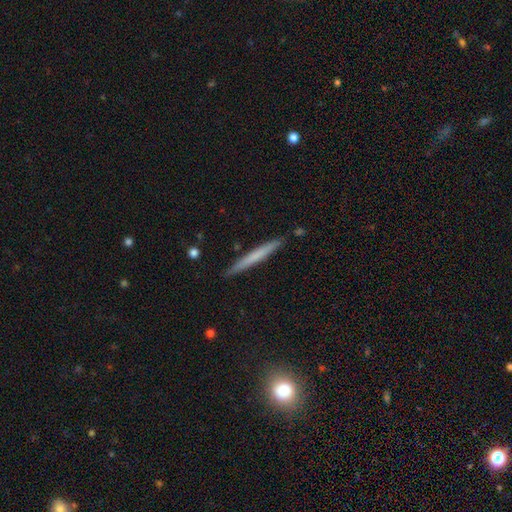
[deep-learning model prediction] smooth-or-featured: smooth: 59% | featured or disk: 35% | star or artifact: 6%
  how-rounded: cigar-shaped: 97% | in between: 2% | round: 1%
  merging: none: 89% | minor disturbance: 8% | merger: 2% | major disturbance: 1%